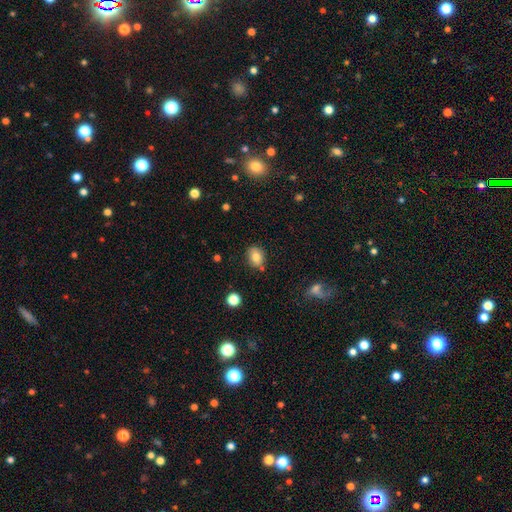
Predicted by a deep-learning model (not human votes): The model was most divided on "how rounded": in between: 59%, round: 40%, cigar-shaped: 1%. More confident: smooth or featured — smooth (79%); merging — none (78%).